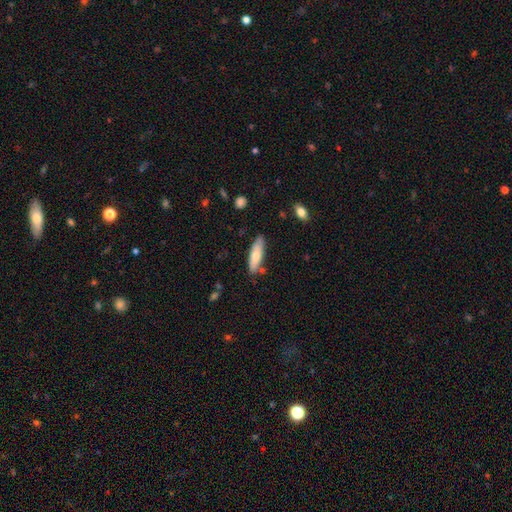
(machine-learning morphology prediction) A smooth galaxy with no disk features (72%) that is cigar-shaped (60%). Merging: none (80%).